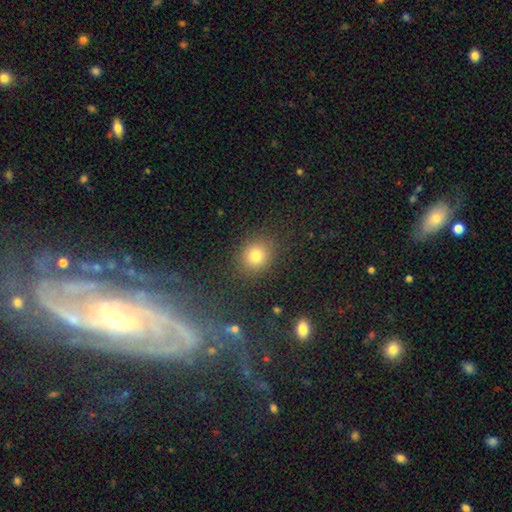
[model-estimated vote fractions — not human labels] Overall: smooth (79%). How rounded: round (72%). Merging: none (85%).